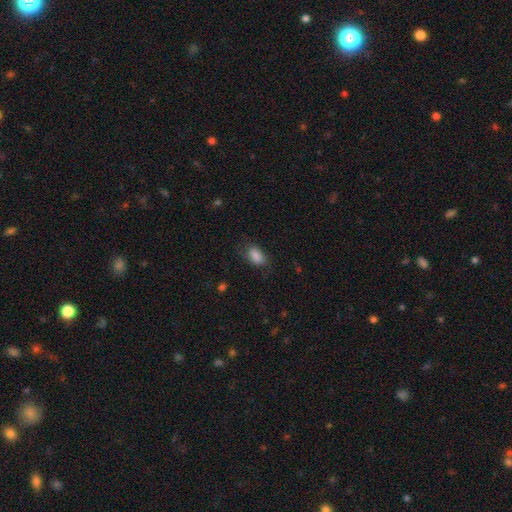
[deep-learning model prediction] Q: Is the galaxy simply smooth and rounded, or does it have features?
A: smooth — 85%.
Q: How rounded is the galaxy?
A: in between — 91%.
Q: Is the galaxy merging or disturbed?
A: none — 69%.